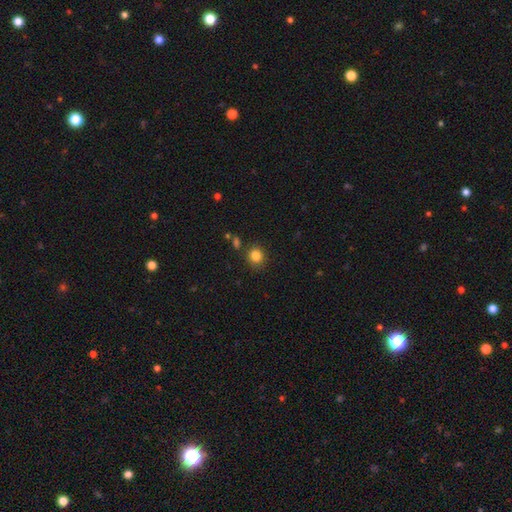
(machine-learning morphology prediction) Q: Smooth or featured?
A: smooth (84%); runner-up: star or artifact (11%)
Q: How rounded?
A: round (83%); runner-up: in between (16%)
Q: Merging?
A: none (83%); runner-up: minor disturbance (10%)